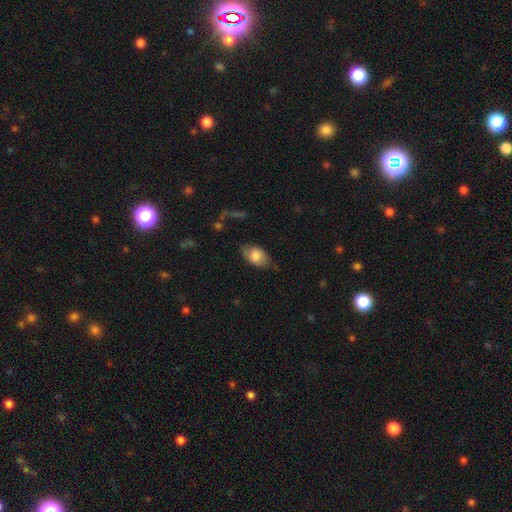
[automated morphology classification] type=smooth (81%); roundness=in between (91%); merging=none (74%).